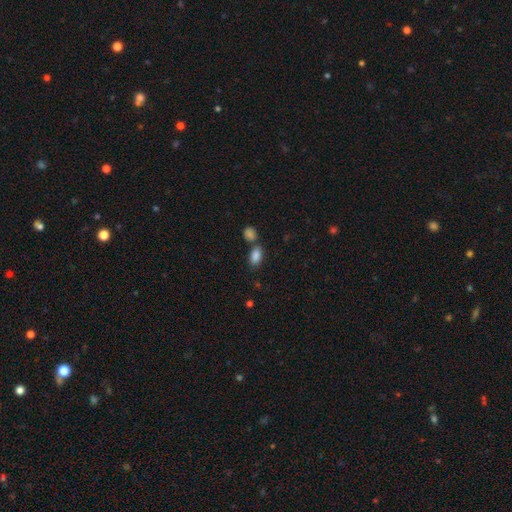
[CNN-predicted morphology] A smooth galaxy with no disk features (86%) that is in between round and cigar-shaped (91%).

Vote fractions:
- Smooth or featured? smooth: 86% / star or artifact: 9% / featured or disk: 5%
- How rounded? in between: 91% / round: 7% / cigar-shaped: 2%
- Merging? none: 61% / merger: 24% / minor disturbance: 12% / major disturbance: 4%